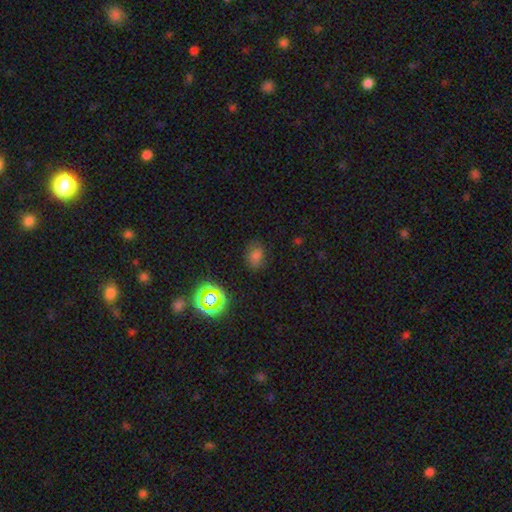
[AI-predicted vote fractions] The model was most divided on "how rounded": in between: 68%, round: 30%, cigar-shaped: 1%. More confident: merging — none (75%); smooth or featured — smooth (70%).